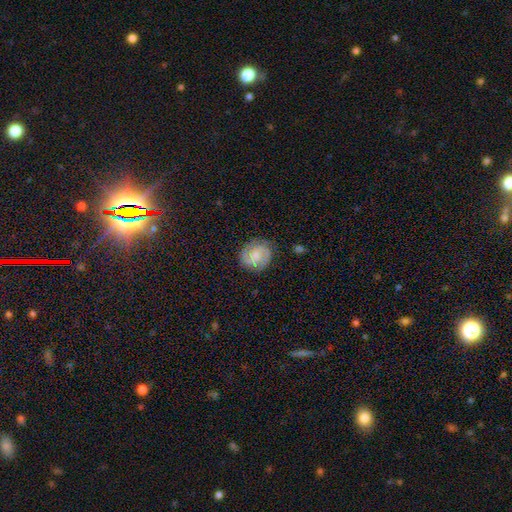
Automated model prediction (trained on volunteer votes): Smooth or featured?
  - featured or disk: 73% *
  - smooth: 20%
  - star or artifact: 7%
Edge-on disk?
  - no: 98% *
  - yes: 2%
Bar?
  - no: 58% *
  - weak: 36%
  - strong: 6%
Spiral arms?
  - yes: 95% *
  - no: 5%
Spiral winding?
  - tight: 50% *
  - medium: 41%
  - loose: 9%
Spiral arm count?
  - 2: 72% *
  - can't tell: 11%
  - 3: 10%
  - 1: 3%
  - 4: 2%
  - more than 4: 2%
Bulge size?
  - small: 34% *
  - moderate: 30%
  - none: 25%
  - large: 9%
  - dominant: 2%
Merging?
  - none: 79% *
  - minor disturbance: 15%
  - major disturbance: 5%
  - merger: 1%